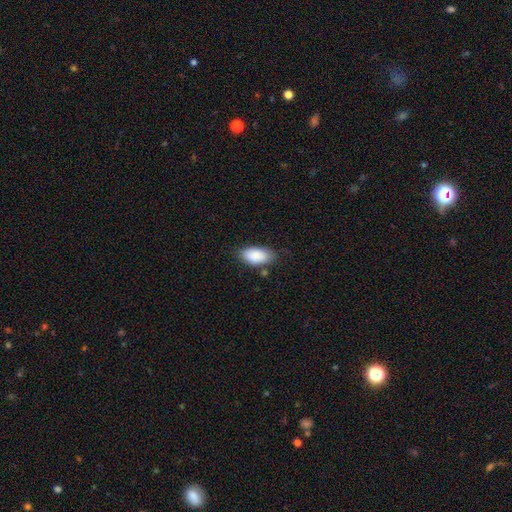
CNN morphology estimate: Smooth or featured? Predicted: smooth (p=0.88). How rounded? Predicted: in between (p=0.93). Merging? Predicted: none (p=0.73).